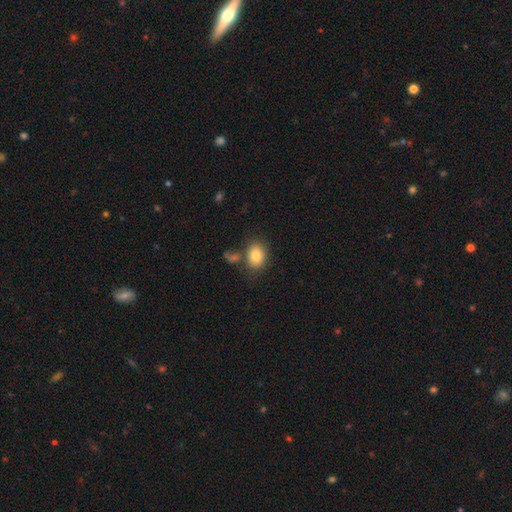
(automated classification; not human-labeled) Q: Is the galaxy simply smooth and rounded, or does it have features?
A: smooth — 82%.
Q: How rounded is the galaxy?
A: in between — 67%.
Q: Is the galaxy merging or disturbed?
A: none — 67%.